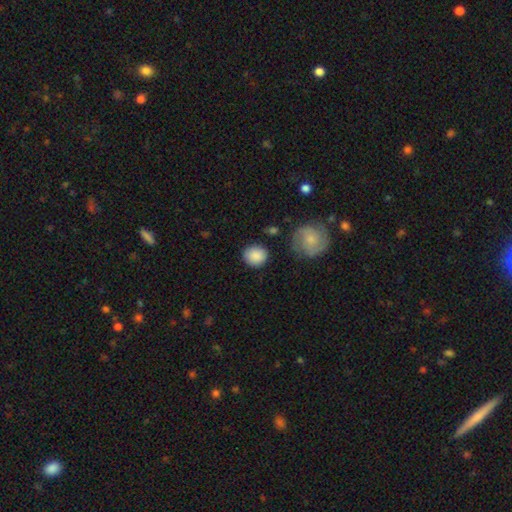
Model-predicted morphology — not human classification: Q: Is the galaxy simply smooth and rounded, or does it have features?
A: smooth — 87%.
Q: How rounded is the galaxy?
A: round — 83%.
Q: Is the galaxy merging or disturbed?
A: none — 80%.